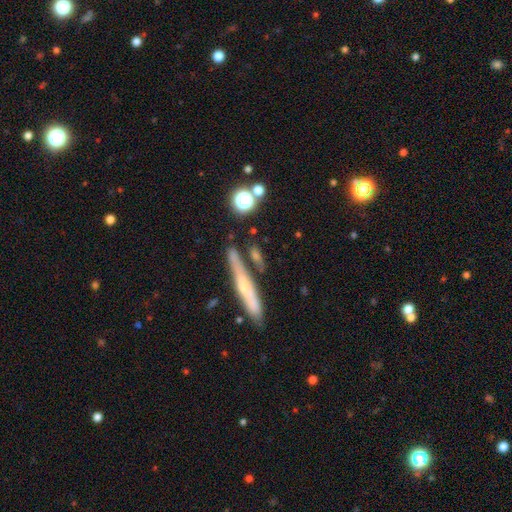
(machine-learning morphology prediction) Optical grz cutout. It shows a smooth galaxy with no disk features (57%) that is cigar-shaped (66%). Merging: none (68%).